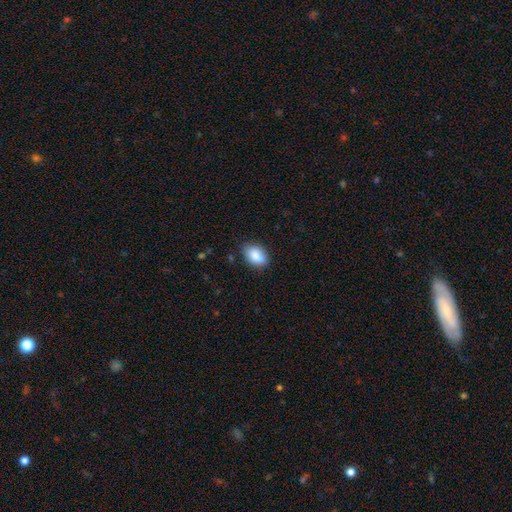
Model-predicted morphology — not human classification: The model was most divided on "merging": none: 81%, minor disturbance: 15%, major disturbance: 3%, merger: 1%. More confident: smooth or featured — smooth (86%); how rounded — in between (86%).